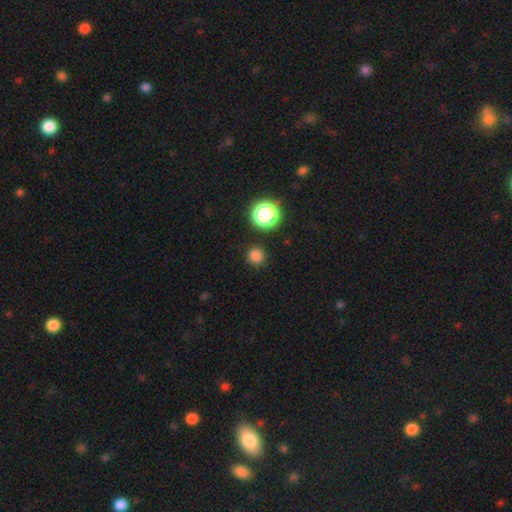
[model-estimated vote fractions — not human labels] Morphology: type=smooth (78%); roundness=round (94%); merging=none (90%).